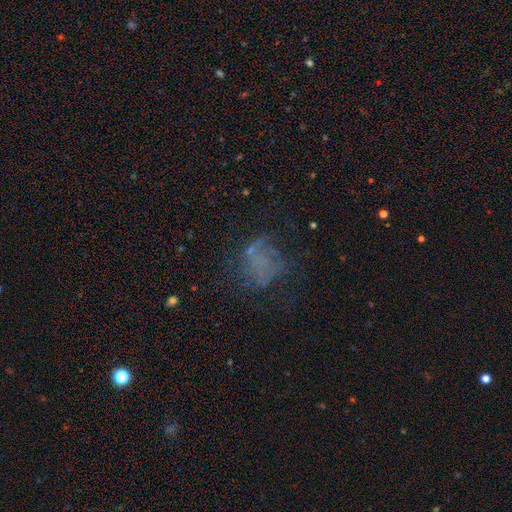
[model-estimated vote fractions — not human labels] Overall: featured or disk (37%; smooth 36%). Merging: none (46%; major disturbance 31%).